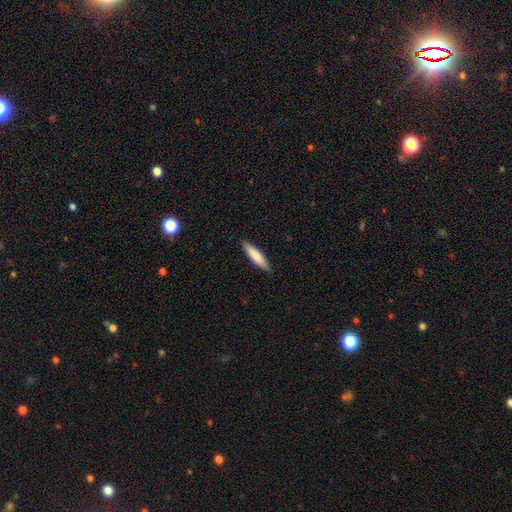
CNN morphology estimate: This is clearly a smooth galaxy (84%). How rounded: likely cigar-shaped (77%). Merging: clearly none (88%).